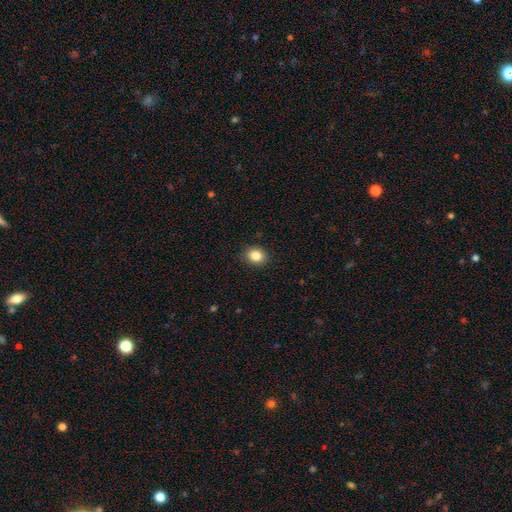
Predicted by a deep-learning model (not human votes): A smooth galaxy with no disk features (86%) that is round (52%).

Vote fractions:
- Smooth or featured? smooth: 86% / star or artifact: 10% / featured or disk: 5%
- How rounded? round: 52% / in between: 47% / cigar-shaped: 1%
- Merging? none: 90% / minor disturbance: 7% / major disturbance: 2% / merger: 1%